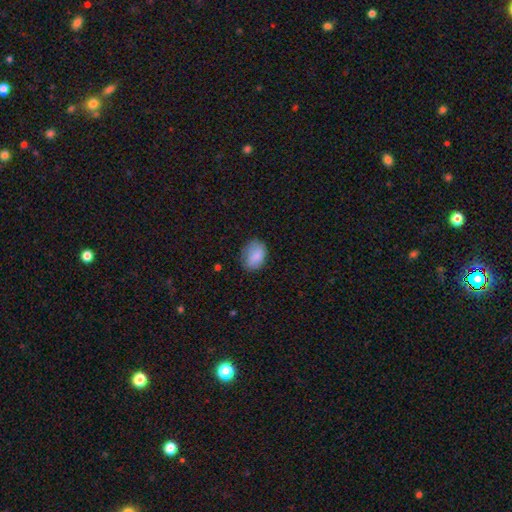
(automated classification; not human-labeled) smooth 84%, featured or disk 9%, star or artifact 8%. Down the decision tree: how rounded — in between (73%); merging — none (67%).